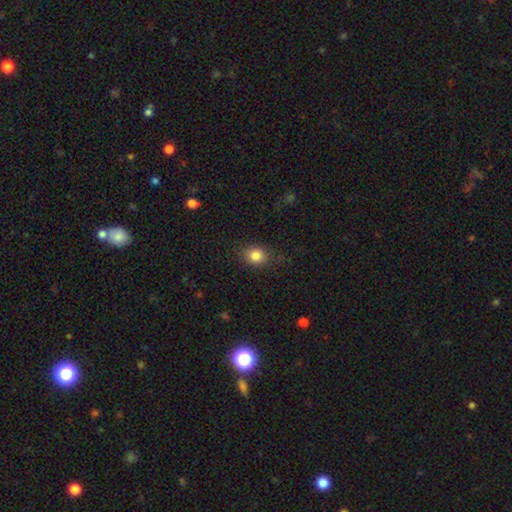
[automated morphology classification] Smooth or featured: smooth — 83% (star or artifact — 11%)
How rounded: round — 63% (in between — 36%)
Merging: none — 83% (minor disturbance — 13%)